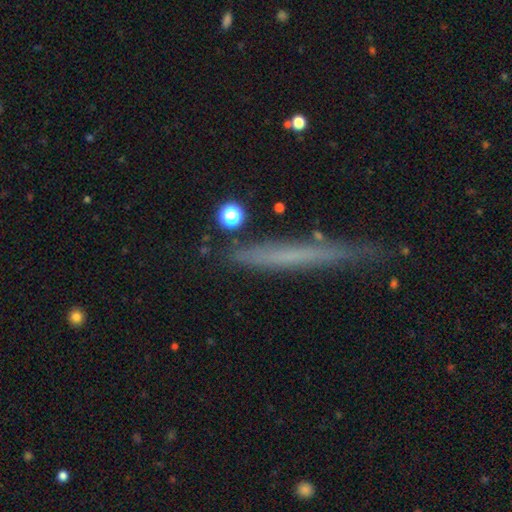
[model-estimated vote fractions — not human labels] smooth_or_featured: smooth (p=0.50) [alt: featured or disk p=0.42]
merging: none (p=0.79) [alt: minor disturbance p=0.14]